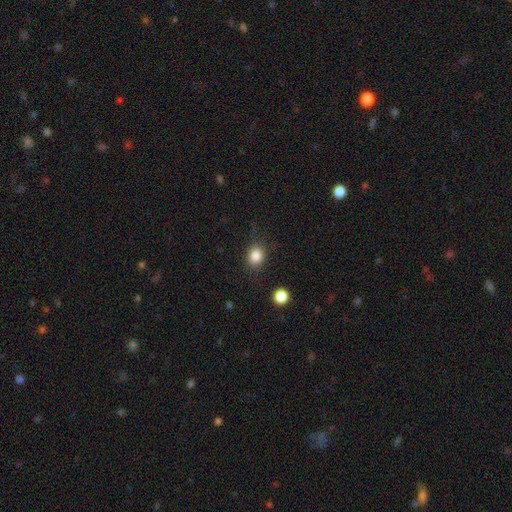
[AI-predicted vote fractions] smooth_or_featured: smooth (p=0.84) [alt: star or artifact p=0.11]
how_rounded: round (p=0.64) [alt: in between p=0.35]
merging: none (p=0.79) [alt: minor disturbance p=0.14]